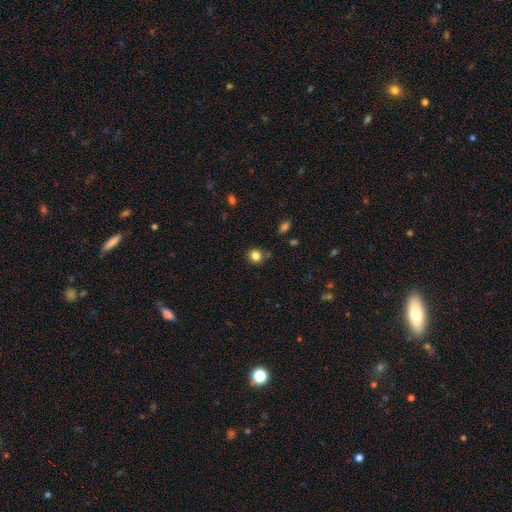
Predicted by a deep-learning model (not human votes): A smooth galaxy with no disk features (82%) that is round (83%). Merging: none (75%).